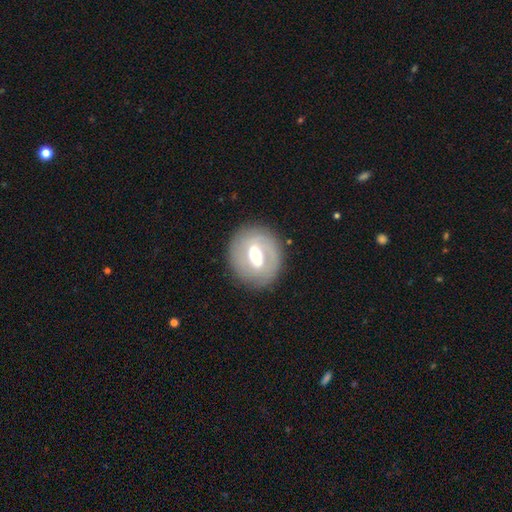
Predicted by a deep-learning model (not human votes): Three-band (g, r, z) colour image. It shows a featured or disk galaxy (69%) with a weak bar (46%), spiral arms (67%) and a moderate central bulge (68%). Merging: none (82%).